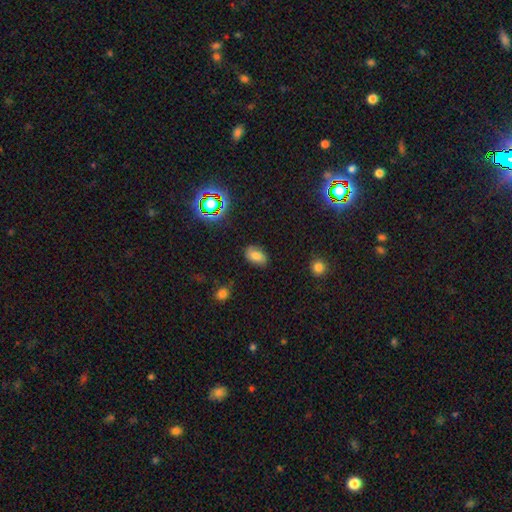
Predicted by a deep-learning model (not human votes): Smooth or featured?
  - smooth: 74% *
  - star or artifact: 14%
  - featured or disk: 12%
How rounded?
  - in between: 89% *
  - round: 10%
  - cigar-shaped: 2%
Merging?
  - none: 83% *
  - minor disturbance: 13%
  - major disturbance: 3%
  - merger: 2%